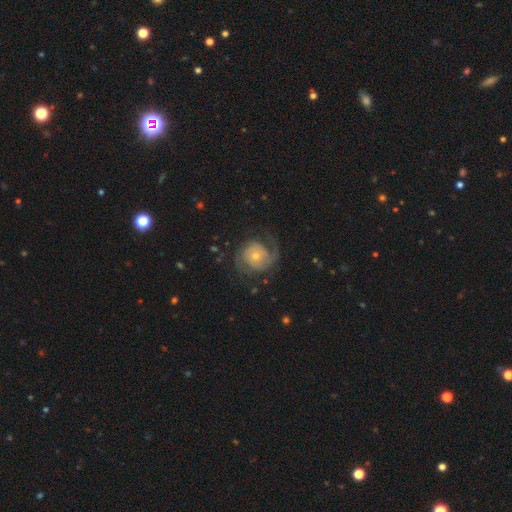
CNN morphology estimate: smooth_or_featured: featured or disk (p=0.76) [alt: smooth p=0.18]
disk_edge_on: no (p=0.98) [alt: yes p=0.02]
bar: no (p=0.76) [alt: weak p=0.20]
has_spiral_arms: yes (p=0.92) [alt: no p=0.08]
spiral_winding: medium (p=0.40) [alt: tight p=0.36]
spiral_arm_count: 2 (p=0.63) [alt: 1 p=0.15]
bulge_size: small (p=0.58) [alt: moderate p=0.36]
merging: none (p=0.61) [alt: major disturbance p=0.19]